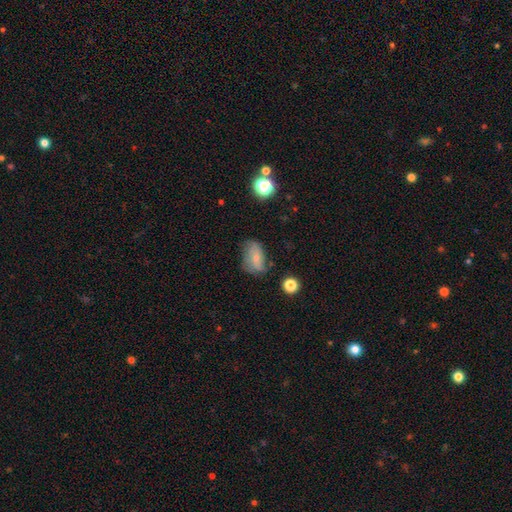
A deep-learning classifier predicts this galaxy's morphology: smooth_or_featured: smooth (p=0.56) [alt: featured or disk p=0.34]
how_rounded: in between (p=0.84) [alt: round p=0.14]
merging: none (p=0.45) [alt: minor disturbance p=0.34]